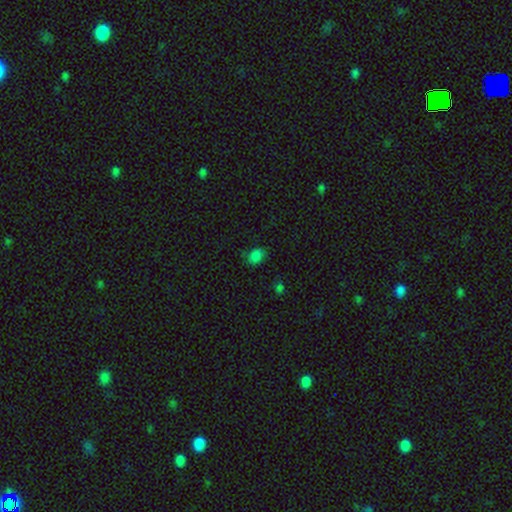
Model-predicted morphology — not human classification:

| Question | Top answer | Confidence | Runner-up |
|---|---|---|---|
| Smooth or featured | smooth | 79% | star or artifact (16%) |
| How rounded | in between | 65% | round (34%) |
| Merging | none | 71% | minor disturbance (22%) |